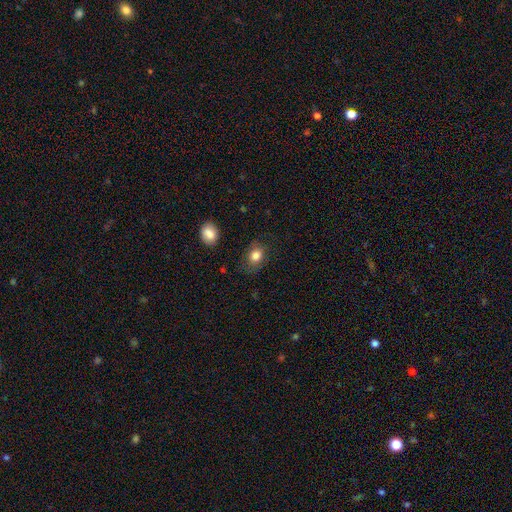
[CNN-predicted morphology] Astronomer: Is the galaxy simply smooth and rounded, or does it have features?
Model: smooth — 82%.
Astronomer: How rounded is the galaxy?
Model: in between — 58% (runner-up: round, 41%).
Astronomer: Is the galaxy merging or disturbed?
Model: none — 71%.